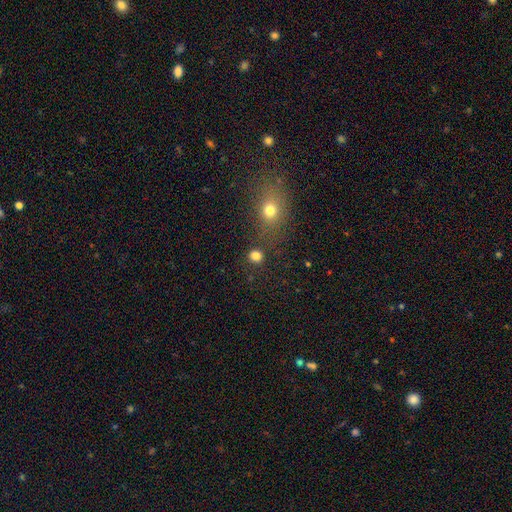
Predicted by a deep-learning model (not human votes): Smooth or featured: smooth — 81% (star or artifact — 15%)
How rounded: round — 83% (in between — 16%)
Merging: none — 81% (minor disturbance — 8%)